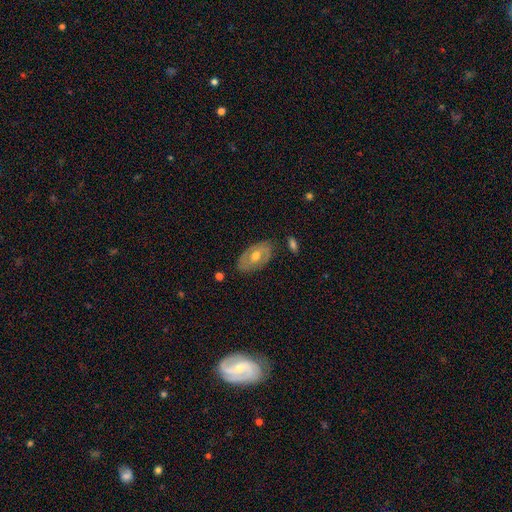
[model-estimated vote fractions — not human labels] Q: Smooth or featured?
A: featured or disk (56%); runner-up: smooth (38%)
Q: Edge-on disk?
A: no (90%); runner-up: yes (10%)
Q: Bar?
A: no (65%); runner-up: weak (26%)
Q: Spiral arms?
A: no (64%); runner-up: yes (36%)
Q: Bulge size?
A: moderate (76%); runner-up: small (16%)
Q: Merging?
A: none (80%); runner-up: minor disturbance (15%)